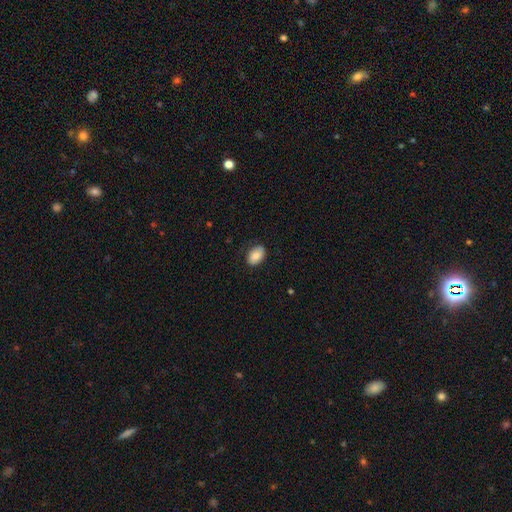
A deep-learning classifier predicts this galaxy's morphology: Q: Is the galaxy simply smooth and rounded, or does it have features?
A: smooth — 86%.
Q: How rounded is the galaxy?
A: in between — 88%.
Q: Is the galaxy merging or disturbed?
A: none — 82%.